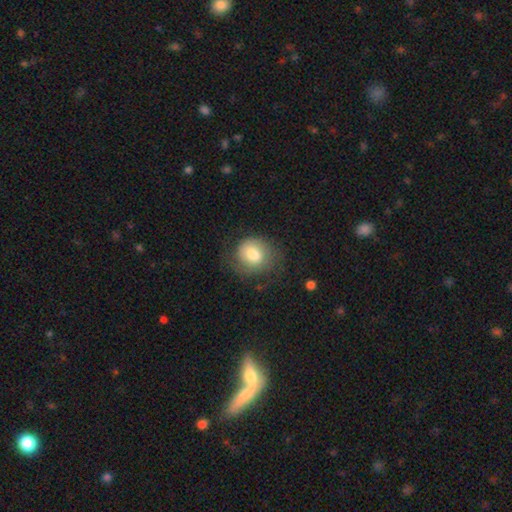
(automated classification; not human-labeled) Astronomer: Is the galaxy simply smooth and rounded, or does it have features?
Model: smooth — 68%.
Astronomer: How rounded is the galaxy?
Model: round — 69%.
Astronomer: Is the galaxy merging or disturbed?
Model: none — 62%.